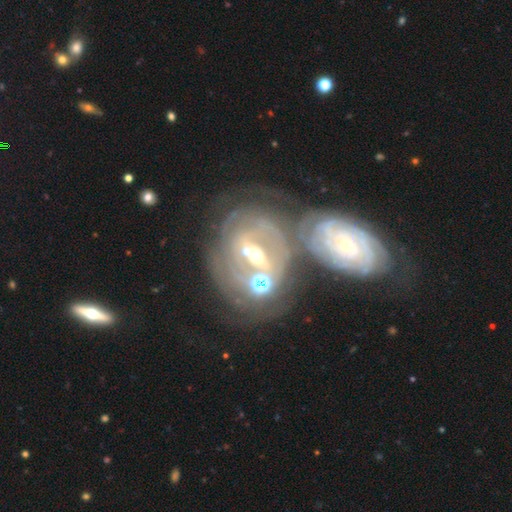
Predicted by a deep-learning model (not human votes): Morphology: type=featured or disk (72%); edge-on=no (95%); bar=strong (37%); spiral arms=yes (61%); bulge=moderate (52%); merging=merger (53%).